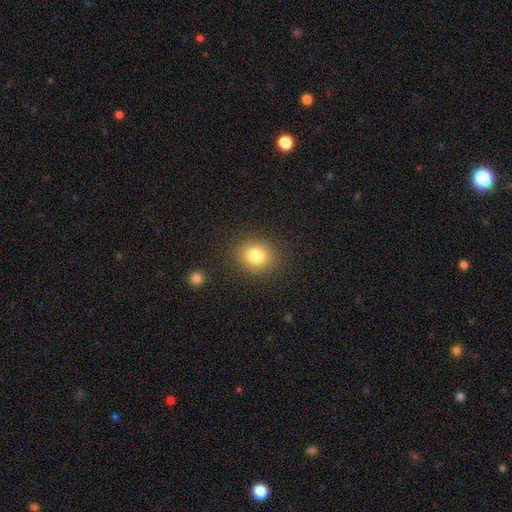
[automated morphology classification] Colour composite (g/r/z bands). It shows a smooth galaxy with no disk features (79%) that is round (72%). Merging: none (87%).